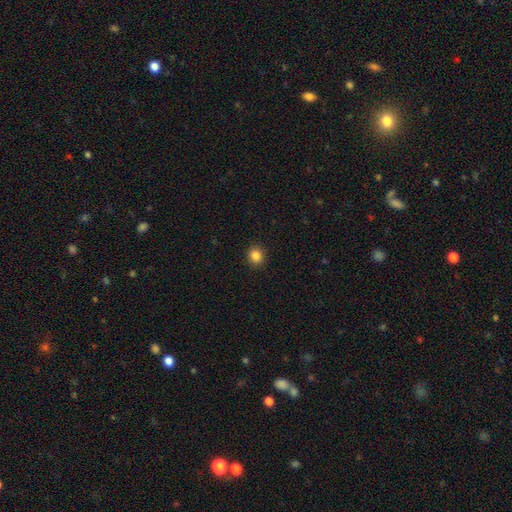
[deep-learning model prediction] This is clearly a smooth galaxy (85%). How rounded: clearly round (83%). Merging: clearly none (91%).